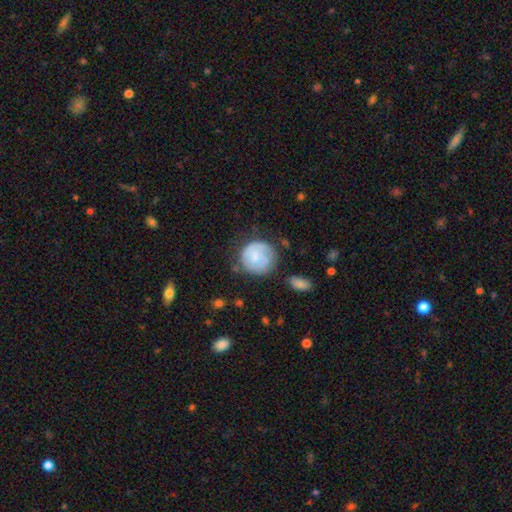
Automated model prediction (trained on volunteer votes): This is possibly a smooth galaxy (55%). How rounded: clearly round (88%). Merging: possibly none (60%).